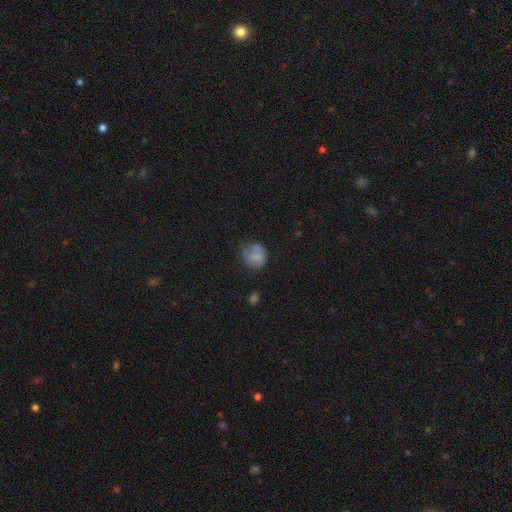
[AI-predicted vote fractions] A smooth galaxy with no disk features (73%) that is round (75%). Merging: none (47%).